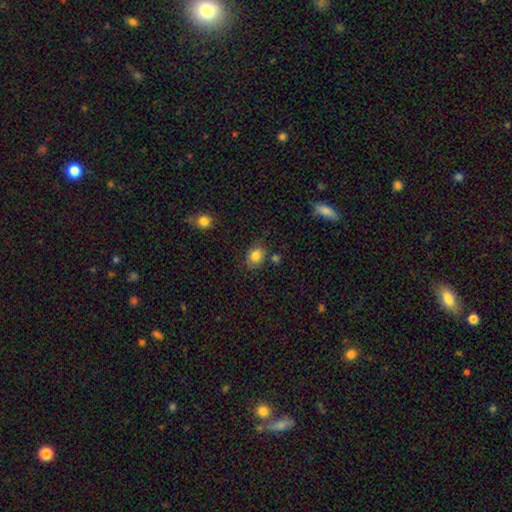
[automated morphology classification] Smooth or featured? smooth (84%)
How rounded? round (52%)
Merging? none (75%)